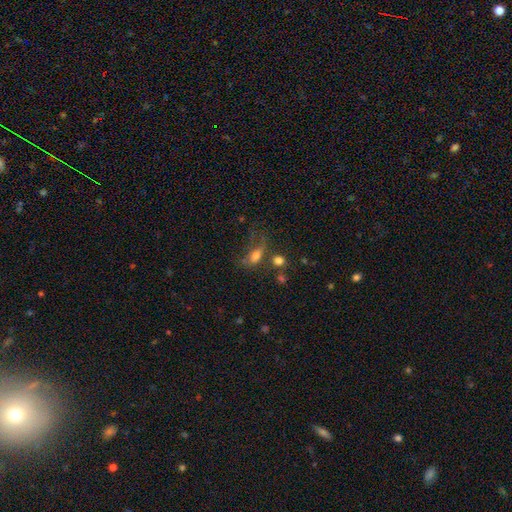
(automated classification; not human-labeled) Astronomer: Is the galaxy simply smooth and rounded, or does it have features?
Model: smooth — 67%.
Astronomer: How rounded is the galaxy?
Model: in between — 74%.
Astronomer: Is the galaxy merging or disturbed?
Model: none — 36% (runner-up: major disturbance, 30%).